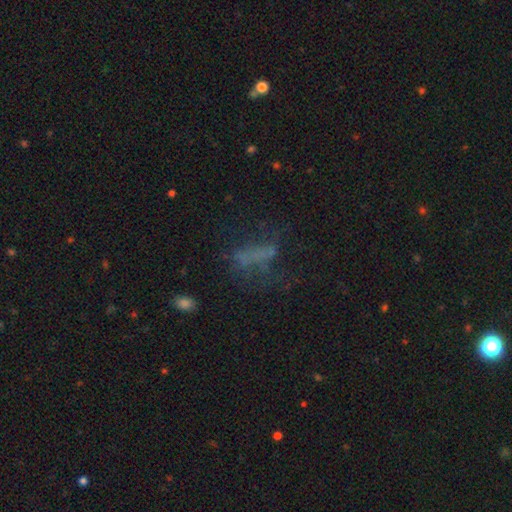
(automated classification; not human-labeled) Q: Smooth or featured?
A: smooth (43%); runner-up: featured or disk (29%)
Q: Merging?
A: none (47%); runner-up: major disturbance (28%)